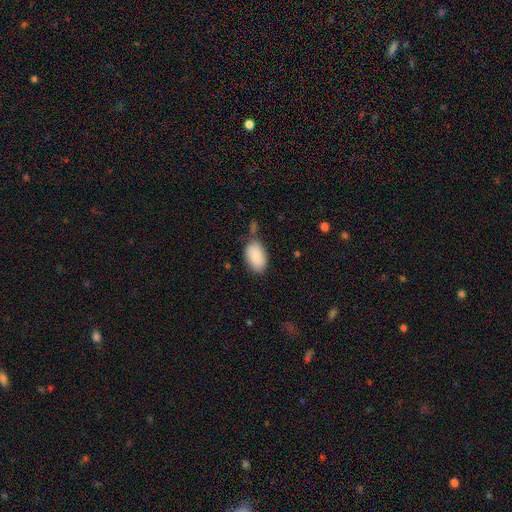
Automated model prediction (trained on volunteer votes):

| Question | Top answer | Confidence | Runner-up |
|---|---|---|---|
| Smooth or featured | smooth | 82% | featured or disk (12%) |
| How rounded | in between | 93% | round (6%) |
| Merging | none | 63% | minor disturbance (22%) |